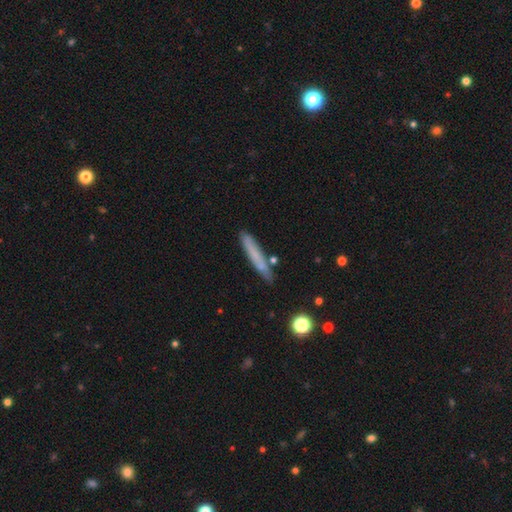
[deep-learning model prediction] smooth_or_featured: smooth (p=0.68) [alt: featured or disk p=0.24]
how_rounded: cigar-shaped (p=0.94) [alt: in between p=0.05]
merging: none (p=0.81) [alt: minor disturbance p=0.13]